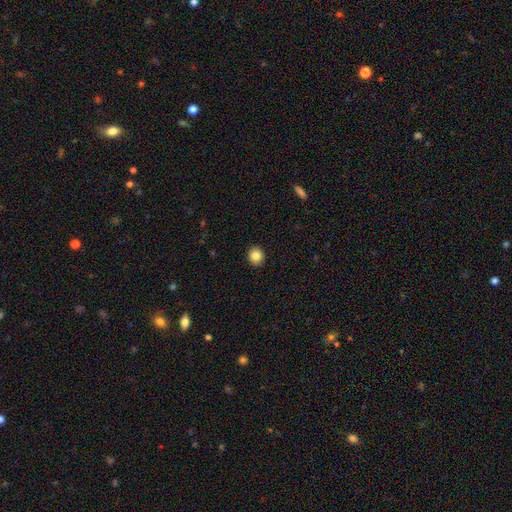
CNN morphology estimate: Smooth or featured: smooth — 84% (star or artifact — 10%)
How rounded: round — 80% (in between — 19%)
Merging: none — 92% (minor disturbance — 5%)